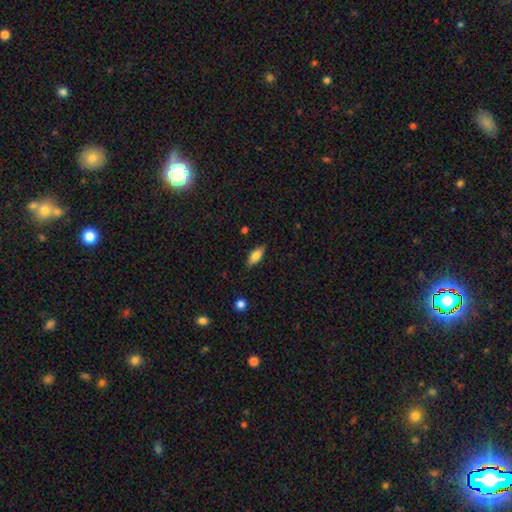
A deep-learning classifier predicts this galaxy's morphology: Q: Smooth or featured?
A: smooth (80%); runner-up: featured or disk (13%)
Q: How rounded?
A: in between (84%); runner-up: cigar-shaped (13%)
Q: Merging?
A: none (83%); runner-up: minor disturbance (14%)